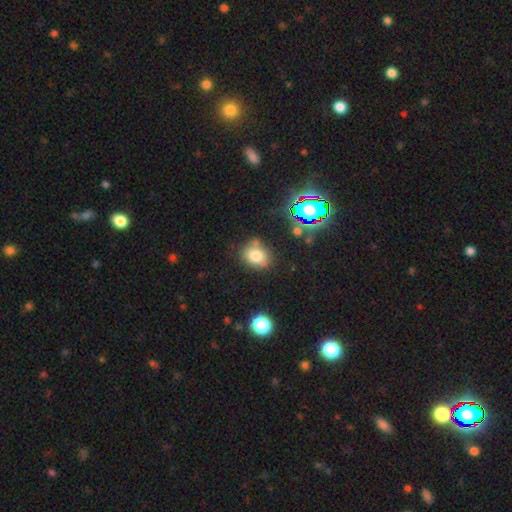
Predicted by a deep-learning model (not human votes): A smooth galaxy with no disk features (76%) that is in between round and cigar-shaped (52%).

Vote fractions:
- Smooth or featured? smooth: 76% / star or artifact: 14% / featured or disk: 10%
- How rounded? in between: 52% / round: 46% / cigar-shaped: 1%
- Merging? none: 65% / minor disturbance: 20% / merger: 10% / major disturbance: 5%